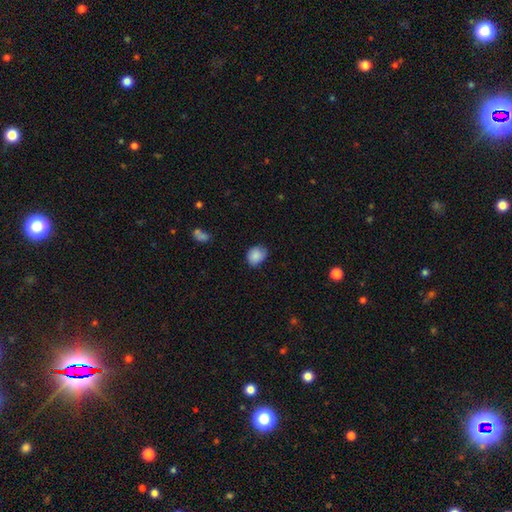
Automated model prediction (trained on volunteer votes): Overall: smooth (88%). How rounded: round (53%; in between 46%). Merging: none (72%).